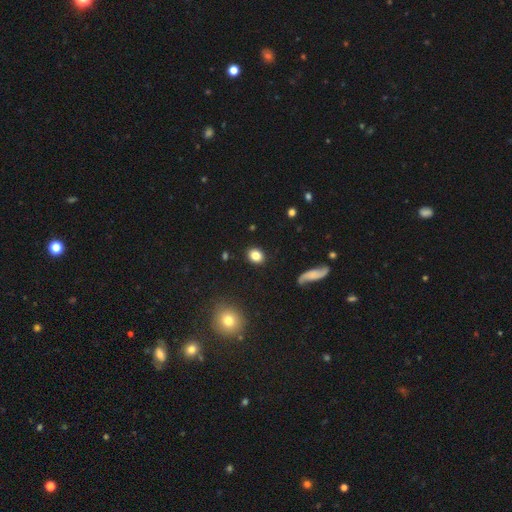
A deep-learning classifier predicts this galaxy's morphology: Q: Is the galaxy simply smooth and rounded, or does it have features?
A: smooth — 83%.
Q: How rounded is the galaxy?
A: round — 58%.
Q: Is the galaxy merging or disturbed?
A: none — 88%.